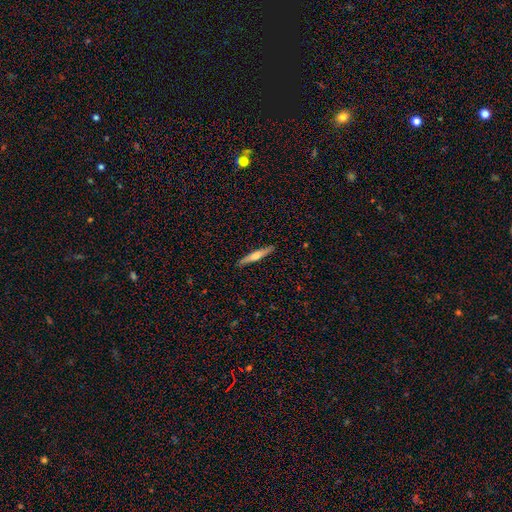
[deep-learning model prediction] Smooth or featured: featured or disk — 54% (smooth — 40%)
Edge-on disk: yes — 96% (no — 4%)
Edge-on bulge: rounded — 80% (none — 11%)
Merging: none — 90% (minor disturbance — 7%)